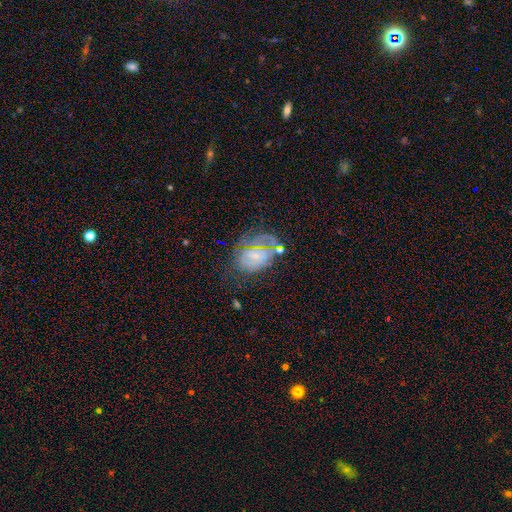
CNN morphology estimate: Smooth or featured? Predicted: featured or disk (p=0.54). Edge-on disk? Predicted: no (p=0.96). Bar? Predicted: no (p=0.56). Spiral arms? Predicted: yes (p=0.72). Bulge size? Predicted: small (p=0.64). Merging? Predicted: none (p=0.51).